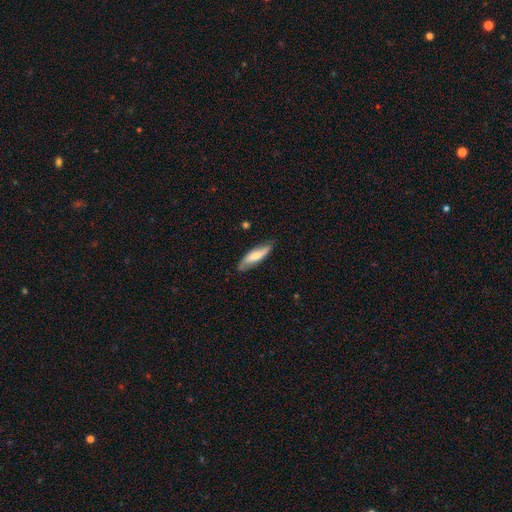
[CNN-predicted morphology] Overall: smooth (59%; featured or disk 36%). How rounded: cigar-shaped (62%; in between 36%). Merging: none (79%).